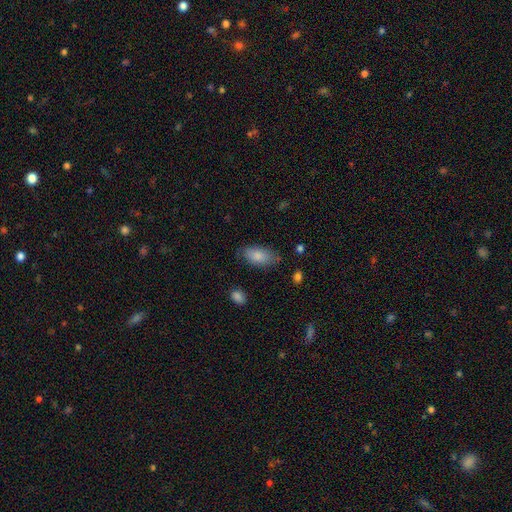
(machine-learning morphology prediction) Smooth or featured? smooth (80%)
How rounded? in between (91%)
Merging? none (79%)